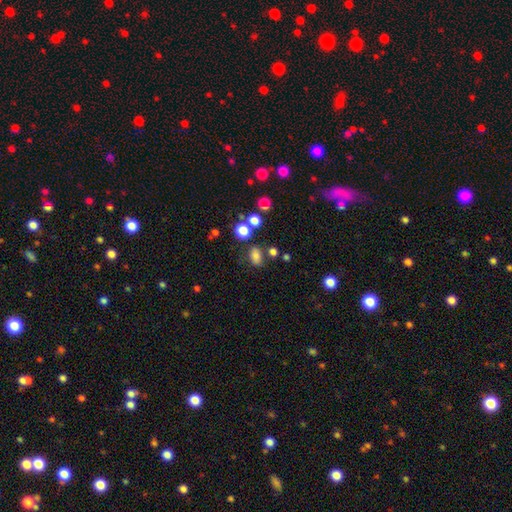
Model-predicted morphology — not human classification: A smooth galaxy with no disk features (78%) that is in between round and cigar-shaped (77%). Merging: none (70%).